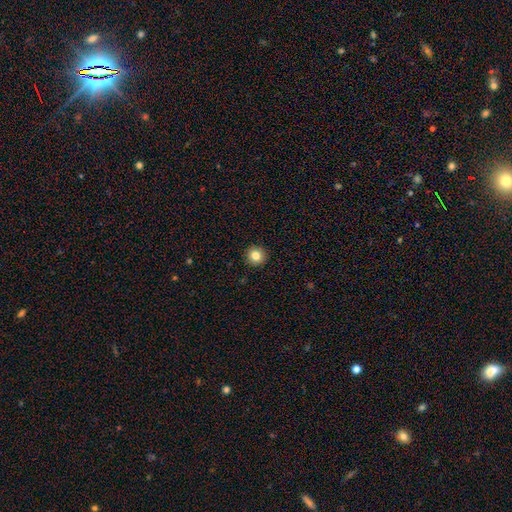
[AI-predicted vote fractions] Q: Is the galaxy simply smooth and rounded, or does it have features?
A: smooth — 82%.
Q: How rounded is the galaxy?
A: round — 95%.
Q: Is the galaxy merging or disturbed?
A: none — 93%.